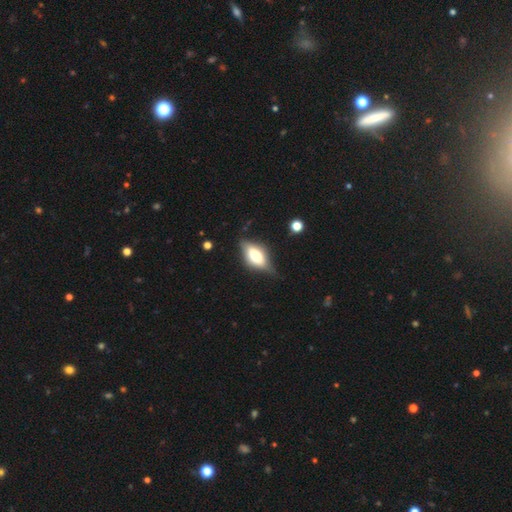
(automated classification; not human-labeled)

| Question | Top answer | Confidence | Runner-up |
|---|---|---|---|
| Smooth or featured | smooth | 48% | featured or disk (44%) |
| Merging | none | 69% | minor disturbance (23%) |